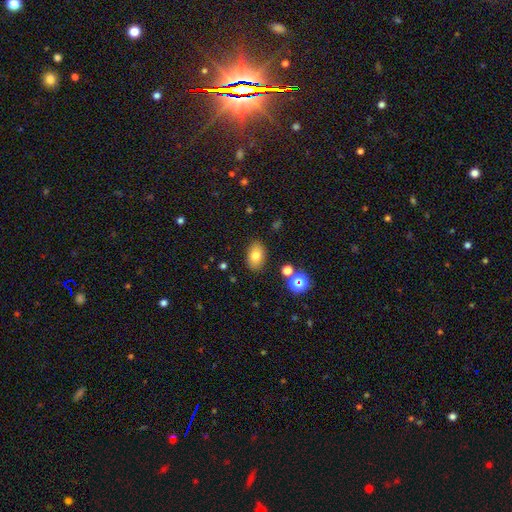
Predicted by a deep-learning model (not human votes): This is likely a smooth galaxy (76%). How rounded: clearly in between (85%). Merging: clearly none (85%).